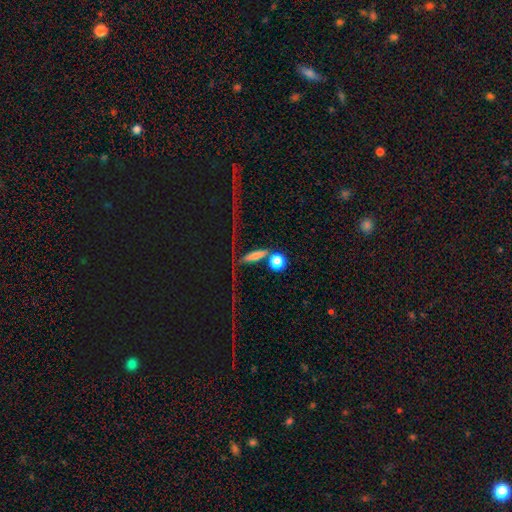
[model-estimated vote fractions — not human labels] A smooth galaxy with no disk features (48%).

Vote fractions:
- Smooth or featured? smooth: 48% / featured or disk: 27% / star or artifact: 25%
- Merging? none: 65% / minor disturbance: 13% / merger: 12% / major disturbance: 10%